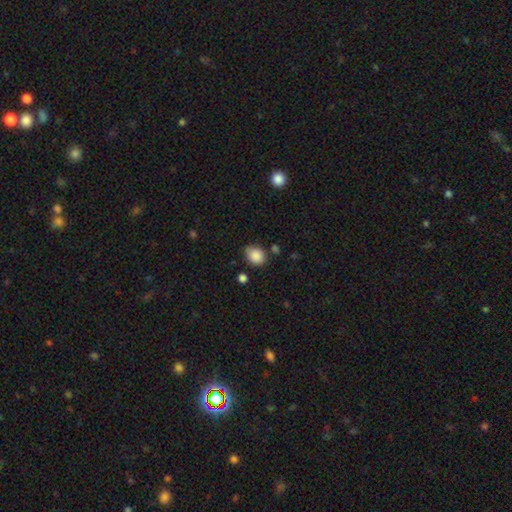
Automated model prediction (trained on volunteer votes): This appears to be a smooth galaxy with no disk features (87%) that is round (63%). Merging: none (70%).